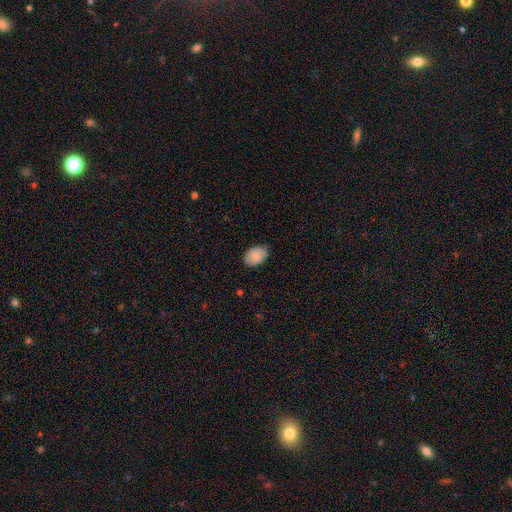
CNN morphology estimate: The model was most divided on "merging": none: 80%, minor disturbance: 16%, major disturbance: 3%, merger: 1%. More confident: how rounded — in between (85%); smooth or featured — smooth (83%).